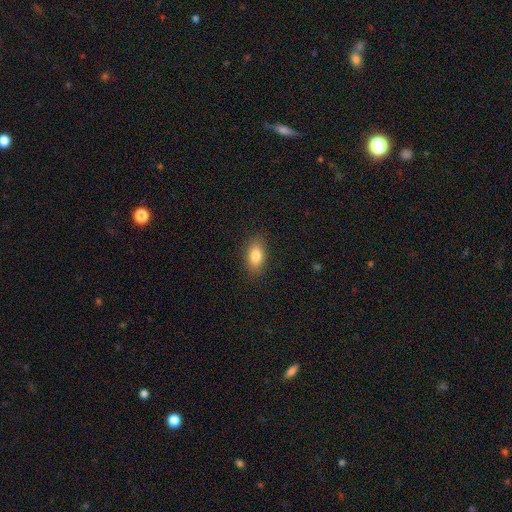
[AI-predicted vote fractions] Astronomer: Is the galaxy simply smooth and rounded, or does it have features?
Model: smooth — 83%.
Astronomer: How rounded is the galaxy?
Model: in between — 89%.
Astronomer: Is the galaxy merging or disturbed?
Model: none — 86%.